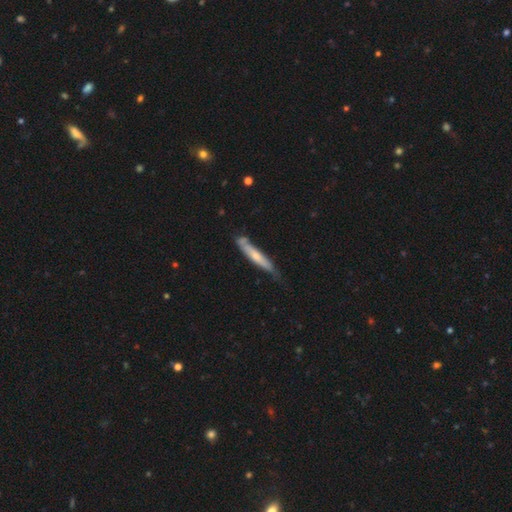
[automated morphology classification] This appears to be a smooth galaxy with no disk features (51%) that is cigar-shaped (90%). Merging: none (56%).